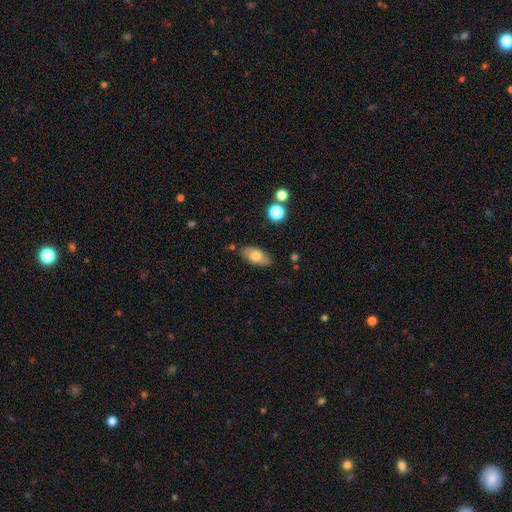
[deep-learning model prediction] A smooth galaxy with no disk features (73%) that is in between round and cigar-shaped (91%). Merging: none (83%).